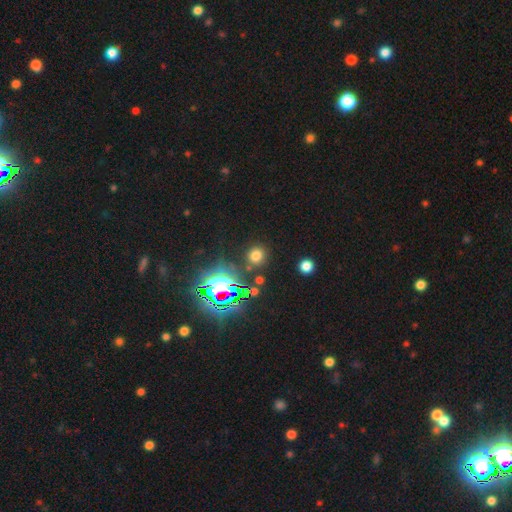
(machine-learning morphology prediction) A smooth galaxy with no disk features (64%) that is round (89%).

Vote fractions:
- Smooth or featured? smooth: 64% / star or artifact: 29% / featured or disk: 6%
- How rounded? round: 89% / in between: 10% / cigar-shaped: 1%
- Merging? none: 84% / minor disturbance: 8% / merger: 4% / major disturbance: 4%